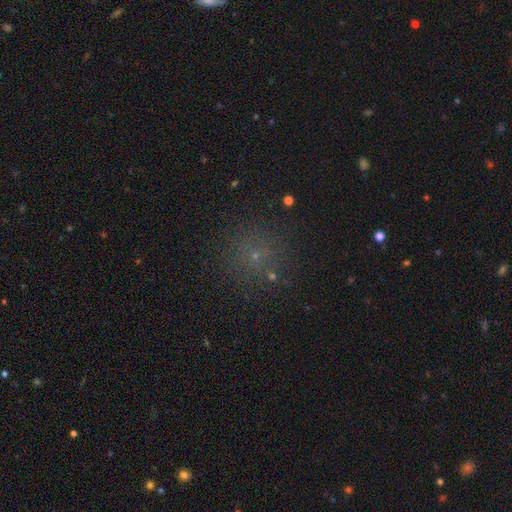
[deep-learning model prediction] Morphology: type=smooth (54%); roundness=round (94%); merging=none (85%).